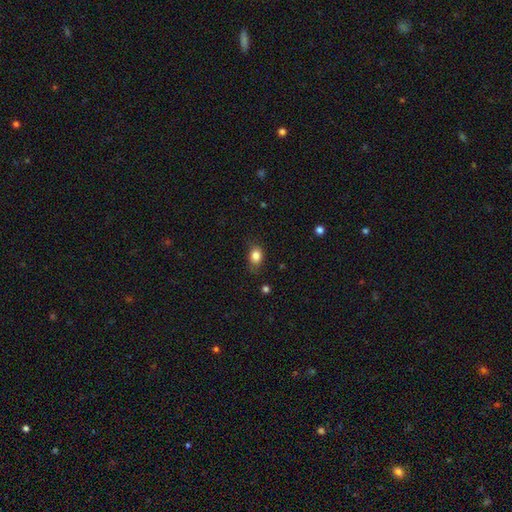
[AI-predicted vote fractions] smooth_or_featured: smooth (p=0.84) [alt: star or artifact p=0.09]
how_rounded: in between (p=0.69) [alt: round p=0.30]
merging: none (p=0.71) [alt: minor disturbance p=0.22]